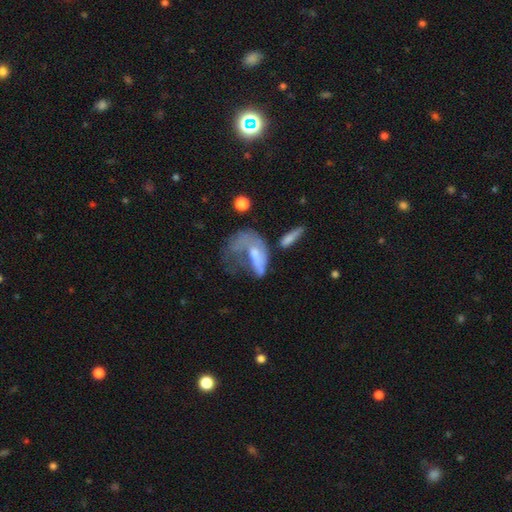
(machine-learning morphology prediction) smooth_or_featured: featured or disk (p=0.51) [alt: smooth p=0.38]
disk_edge_on: no (p=0.92) [alt: yes p=0.08]
merging: major disturbance (p=0.53) [alt: merger p=0.20]